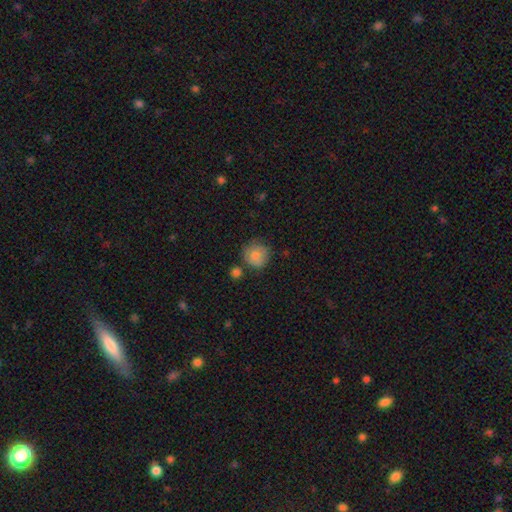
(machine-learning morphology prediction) Q: Smooth or featured?
A: smooth (82%); runner-up: featured or disk (10%)
Q: How rounded?
A: round (91%); runner-up: in between (8%)
Q: Merging?
A: none (71%); runner-up: minor disturbance (18%)